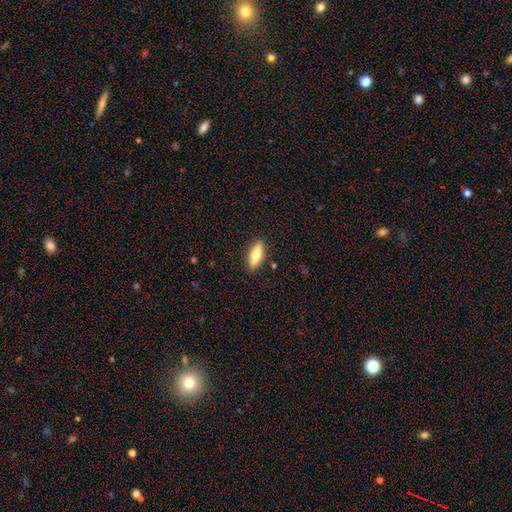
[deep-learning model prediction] A smooth galaxy with no disk features (60%) that is in between round and cigar-shaped (51%). Merging: none (87%).